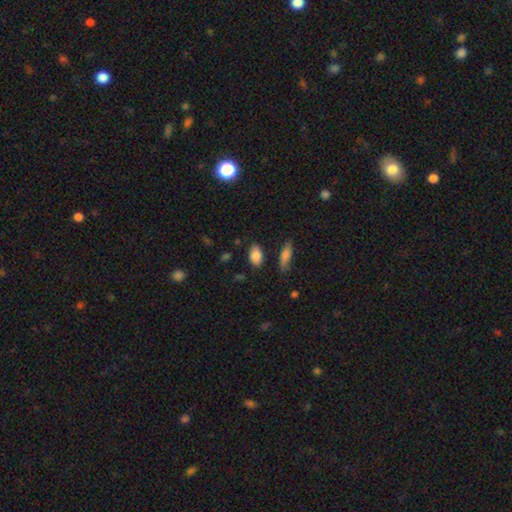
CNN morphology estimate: This is clearly a smooth galaxy (86%). How rounded: clearly in between (91%). Merging: clearly none (83%).